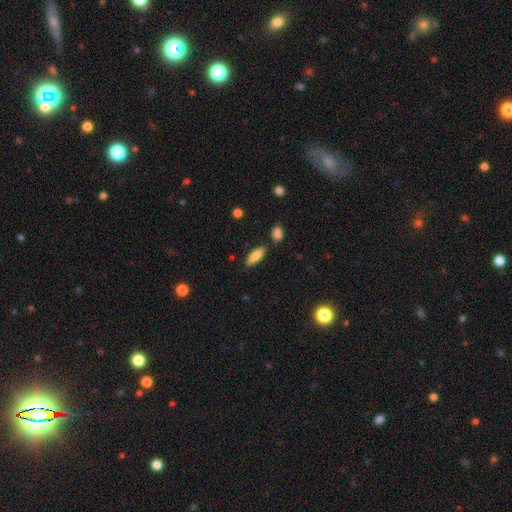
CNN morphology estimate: Smooth or featured? smooth (80%)
How rounded? in between (57%)
Merging? none (81%)